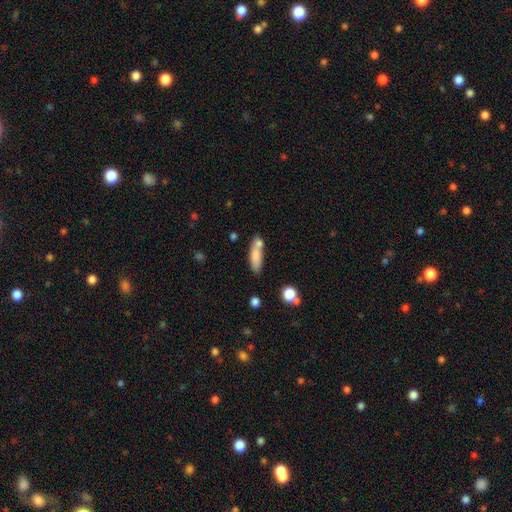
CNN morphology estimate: Smooth or featured? smooth (78%)
How rounded? cigar-shaped (53%)
Merging? none (56%)